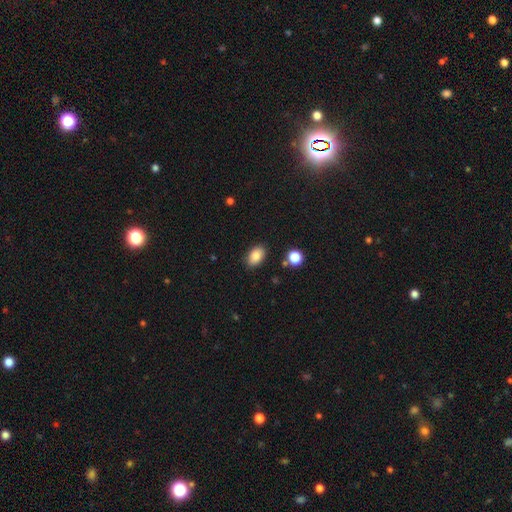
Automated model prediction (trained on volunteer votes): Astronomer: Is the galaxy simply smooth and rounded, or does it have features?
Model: smooth — 86%.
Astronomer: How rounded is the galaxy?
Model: in between — 88%.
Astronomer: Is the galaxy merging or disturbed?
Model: none — 85%.